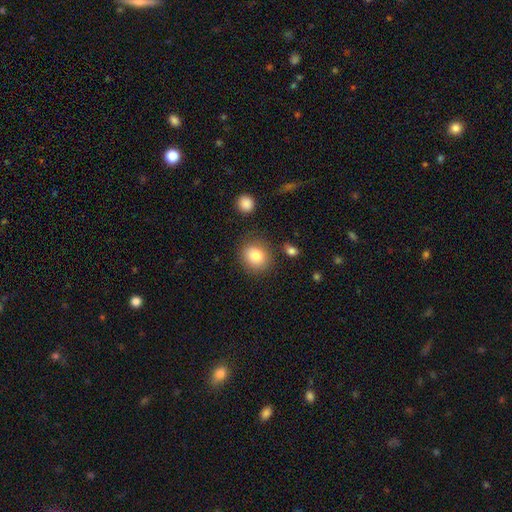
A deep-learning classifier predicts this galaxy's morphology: Smooth or featured? Predicted: smooth (p=0.82). How rounded? Predicted: round (p=0.75). Merging? Predicted: none (p=0.82).